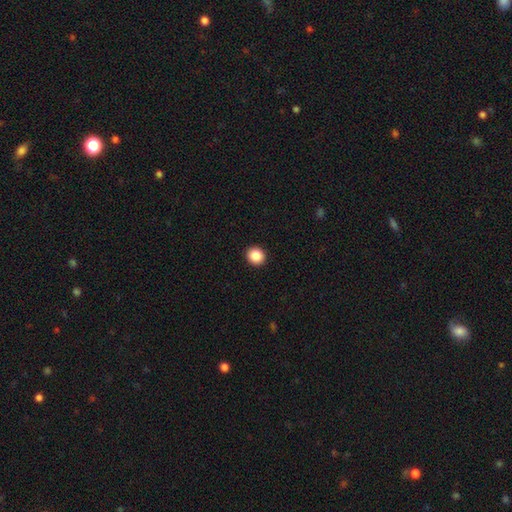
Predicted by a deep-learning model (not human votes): smooth_or_featured: smooth (p=0.87) [alt: star or artifact p=0.09]
how_rounded: round (p=0.88) [alt: in between p=0.11]
merging: none (p=0.93) [alt: minor disturbance p=0.04]